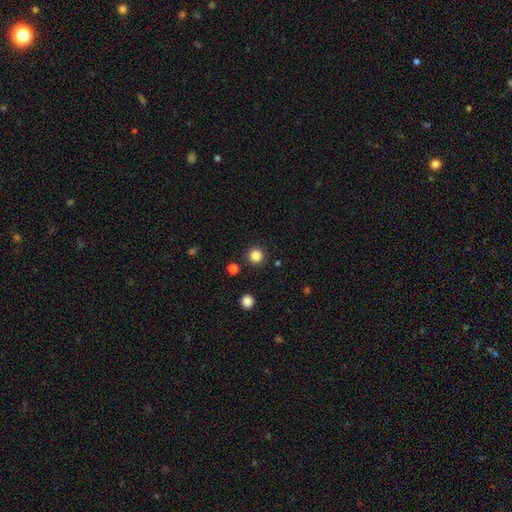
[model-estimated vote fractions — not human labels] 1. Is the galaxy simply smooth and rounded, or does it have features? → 84% smooth, 12% star or artifact, 4% featured or disk.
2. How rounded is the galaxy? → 95% round, 4% in between, 1% cigar-shaped.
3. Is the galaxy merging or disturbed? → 90% none, 5% minor disturbance, 2% merger, 2% major disturbance.